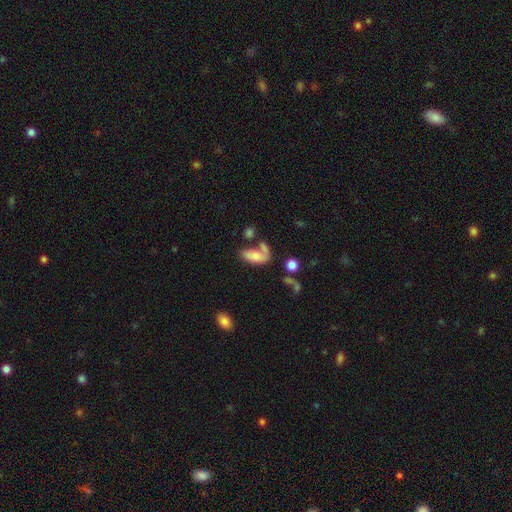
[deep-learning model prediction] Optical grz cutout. It shows a smooth galaxy with no disk features (68%) that is in between round and cigar-shaped (86%). Merging: none (32%).